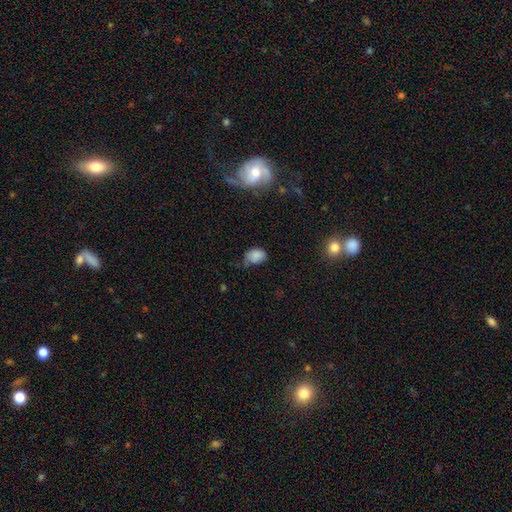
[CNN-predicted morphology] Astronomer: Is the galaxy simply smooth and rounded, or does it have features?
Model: smooth — 82%.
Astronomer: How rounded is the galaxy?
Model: in between — 76%.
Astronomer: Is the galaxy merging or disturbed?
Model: none — 47% (runner-up: minor disturbance, 39%).